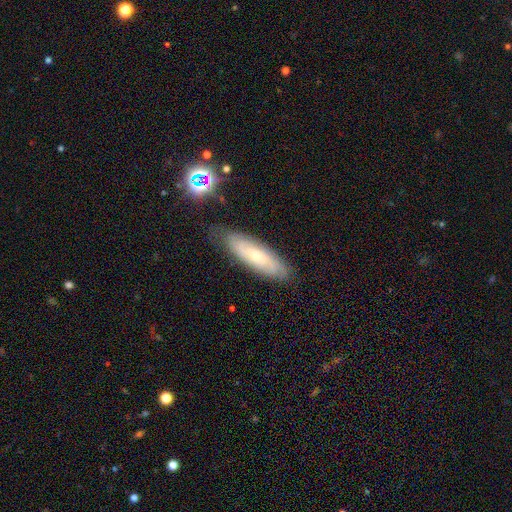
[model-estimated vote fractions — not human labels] featured or disk 55%, smooth 37%, star or artifact 8%. Down the decision tree: edge-on disk — no (75%); merging — none (77%).